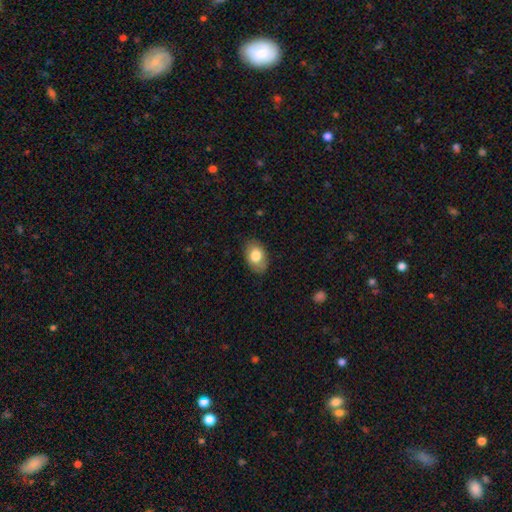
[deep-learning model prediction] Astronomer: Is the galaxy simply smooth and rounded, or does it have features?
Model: smooth — 79%.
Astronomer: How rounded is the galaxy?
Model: in between — 86%.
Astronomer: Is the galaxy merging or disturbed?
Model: none — 82%.